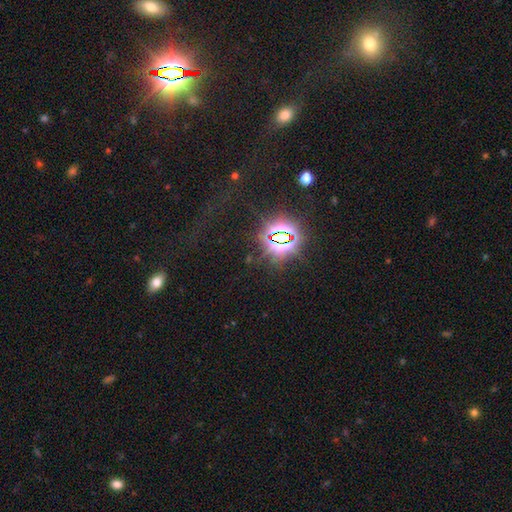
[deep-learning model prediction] A star or artifact, not a galaxy (78%).

Vote fractions:
- Smooth or featured? star or artifact: 78% / smooth: 13% / featured or disk: 9%